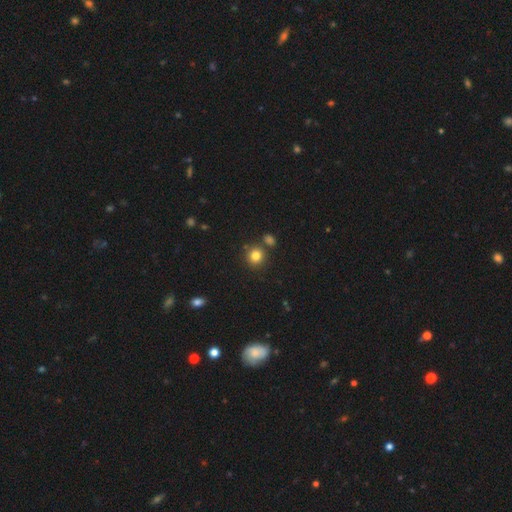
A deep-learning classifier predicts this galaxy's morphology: Smooth or featured?
  - smooth: 81% *
  - star or artifact: 13%
  - featured or disk: 6%
How rounded?
  - round: 89% *
  - in between: 10%
  - cigar-shaped: 1%
Merging?
  - none: 79% *
  - merger: 11%
  - minor disturbance: 8%
  - major disturbance: 3%